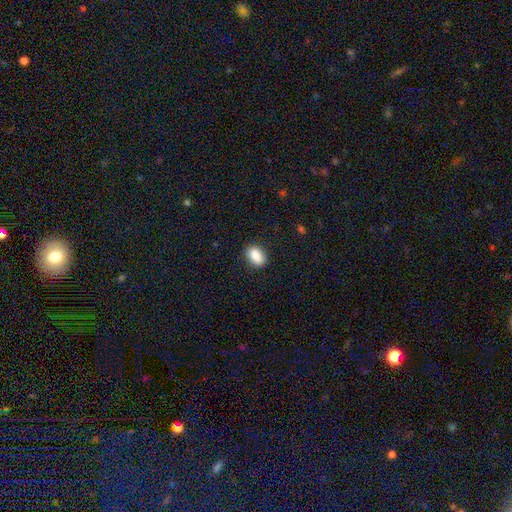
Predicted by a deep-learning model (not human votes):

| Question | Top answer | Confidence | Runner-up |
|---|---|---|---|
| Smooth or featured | smooth | 89% | star or artifact (7%) |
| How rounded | in between | 85% | round (12%) |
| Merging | none | 85% | minor disturbance (11%) |